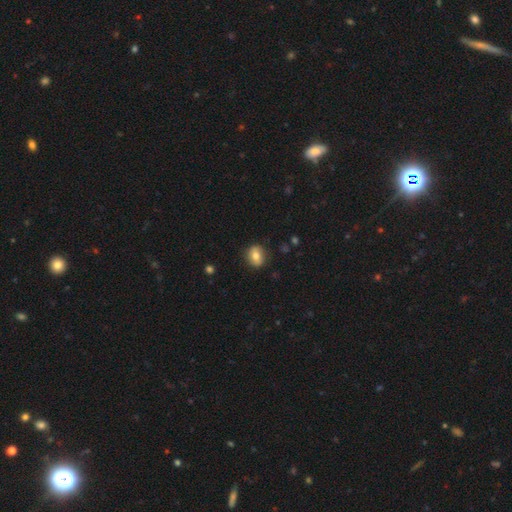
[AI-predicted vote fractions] smooth_or_featured: smooth (p=0.74) [alt: featured or disk p=0.18]
how_rounded: round (p=0.51) [alt: in between p=0.47]
merging: none (p=0.84) [alt: minor disturbance p=0.12]